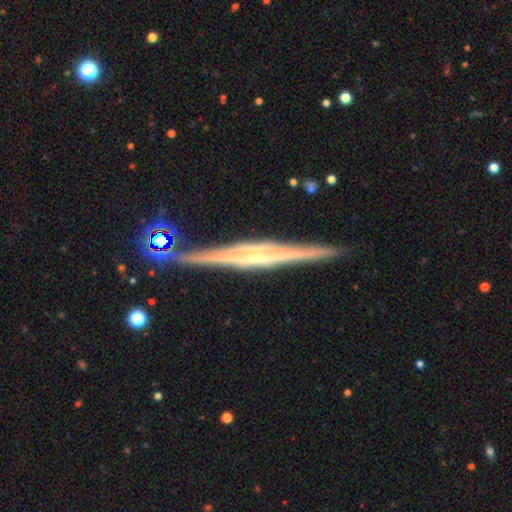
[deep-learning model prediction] A featured or disk galaxy (87%) viewed edge-on (98%) with a rounded central bulge (42%). Merging: none (87%).